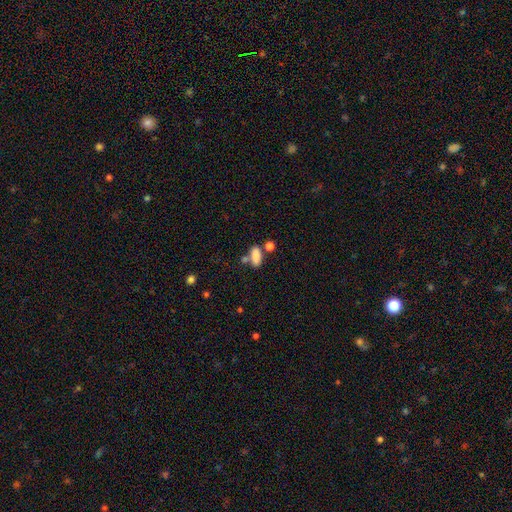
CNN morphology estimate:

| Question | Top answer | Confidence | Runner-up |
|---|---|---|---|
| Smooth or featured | smooth | 83% | star or artifact (9%) |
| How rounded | in between | 83% | cigar-shaped (12%) |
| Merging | none | 54% | merger (26%) |